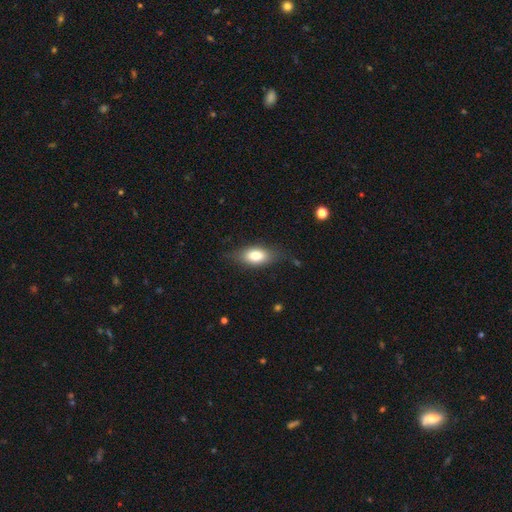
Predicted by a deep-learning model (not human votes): Q: Smooth or featured?
A: smooth (75%); runner-up: featured or disk (17%)
Q: How rounded?
A: in between (85%); runner-up: cigar-shaped (9%)
Q: Merging?
A: none (74%); runner-up: minor disturbance (19%)